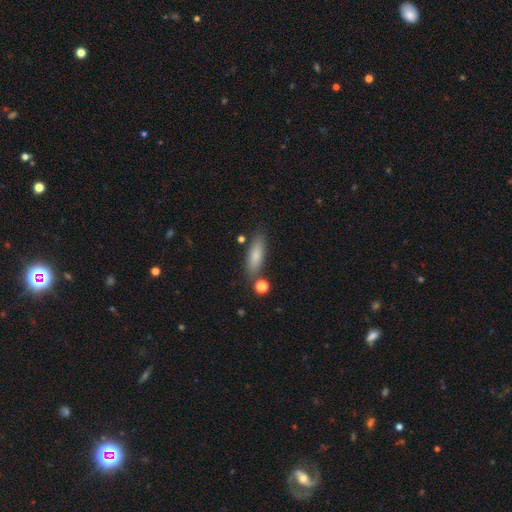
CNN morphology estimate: Q: Smooth or featured?
A: smooth (80%); runner-up: featured or disk (13%)
Q: How rounded?
A: cigar-shaped (51%); runner-up: in between (47%)
Q: Merging?
A: none (77%); runner-up: minor disturbance (13%)